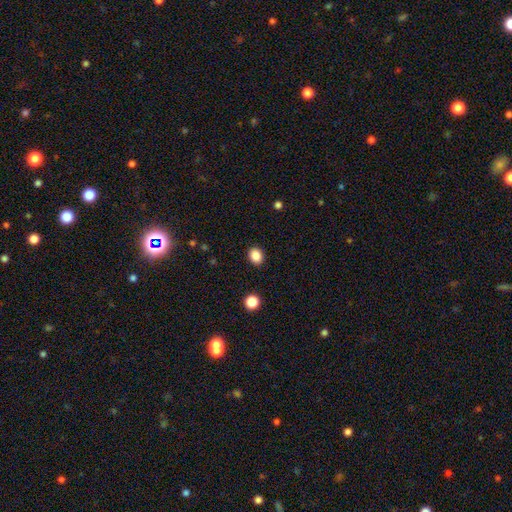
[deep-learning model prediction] smooth_or_featured: smooth (p=0.87) [alt: star or artifact p=0.10]
how_rounded: round (p=0.54) [alt: in between p=0.45]
merging: none (p=0.90) [alt: minor disturbance p=0.06]